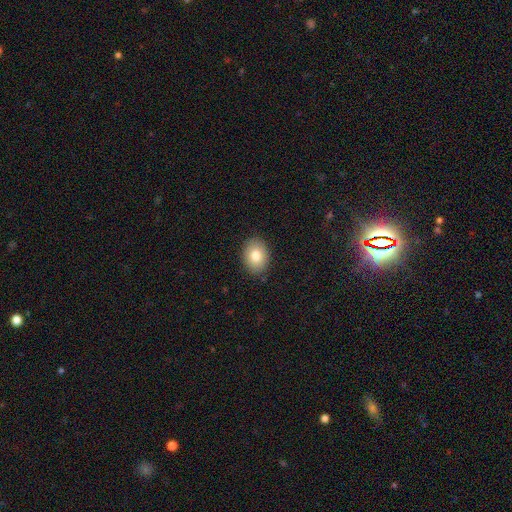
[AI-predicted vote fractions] Overall: smooth (82%). How rounded: in between (67%; round 32%). Merging: none (88%).